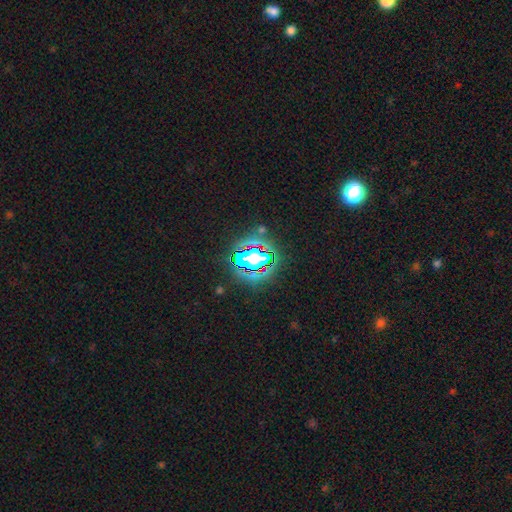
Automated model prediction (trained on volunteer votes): Smooth or featured: star or artifact — 65% (smooth — 21%)